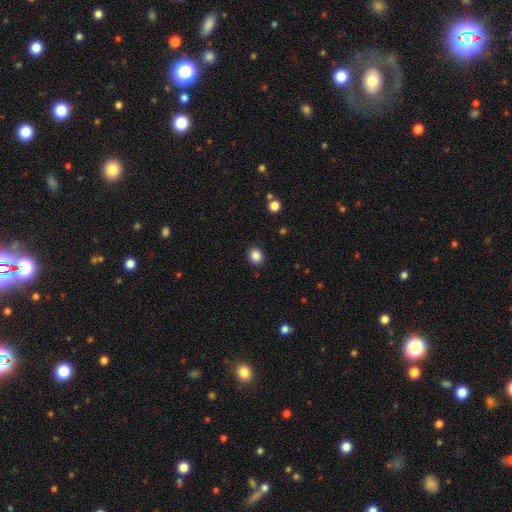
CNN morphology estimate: type=smooth (86%); roundness=round (71%); merging=none (90%).